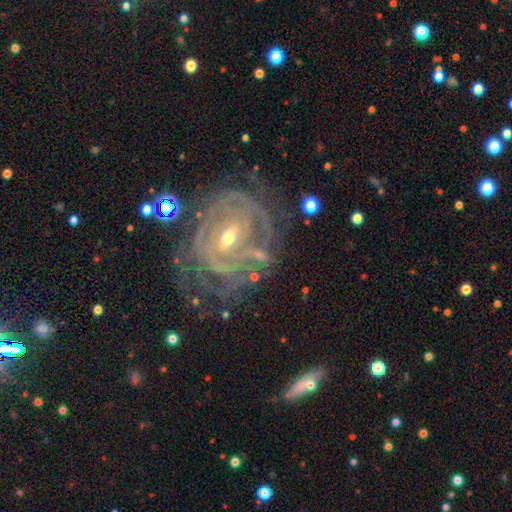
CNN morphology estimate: smooth-or-featured: featured or disk: 87% | star or artifact: 7% | smooth: 6%
  disk-edge-on: no: 96% | yes: 4%
    bar: weak: 46% | strong: 29% | no: 24%
    has-spiral-arms: yes: 92% | no: 8%
      spiral-winding: tight: 73% | medium: 21% | loose: 5%
      spiral-arm-count: can't tell: 40% | 3: 16% | 4: 16% | 2: 14% | more than 4: 9% | 1: 6%
    bulge-size: small: 57% | moderate: 39% | large: 2% | none: 1% | dominant: 1%
  merging: none: 57% | minor disturbance: 21% | major disturbance: 16% | merger: 5%